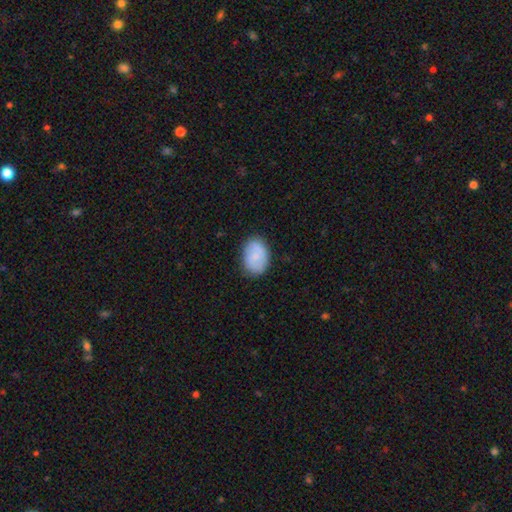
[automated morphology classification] smooth_or_featured: smooth (p=0.70) [alt: featured or disk p=0.23]
how_rounded: in between (p=0.78) [alt: round p=0.21]
merging: none (p=0.83) [alt: minor disturbance p=0.13]